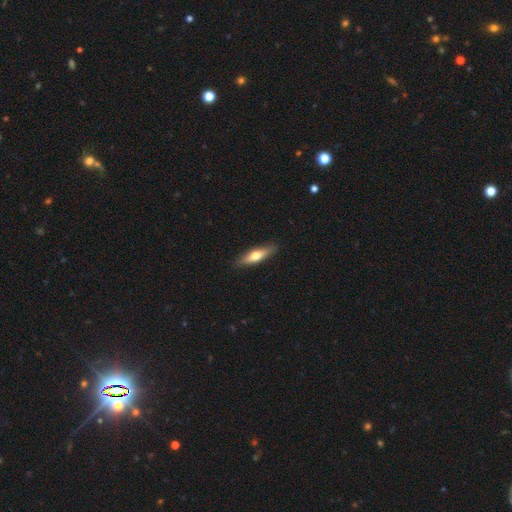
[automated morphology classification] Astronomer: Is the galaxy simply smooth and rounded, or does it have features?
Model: smooth — 58% (runner-up: featured or disk, 37%).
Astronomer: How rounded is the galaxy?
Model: cigar-shaped — 65%.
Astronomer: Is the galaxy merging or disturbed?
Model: none — 88%.